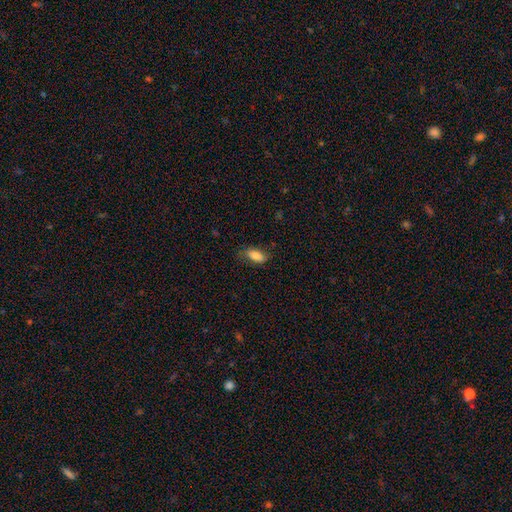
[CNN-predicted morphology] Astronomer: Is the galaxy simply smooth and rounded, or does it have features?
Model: smooth — 83%.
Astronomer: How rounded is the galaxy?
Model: in between — 87%.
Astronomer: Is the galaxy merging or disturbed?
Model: none — 72%.